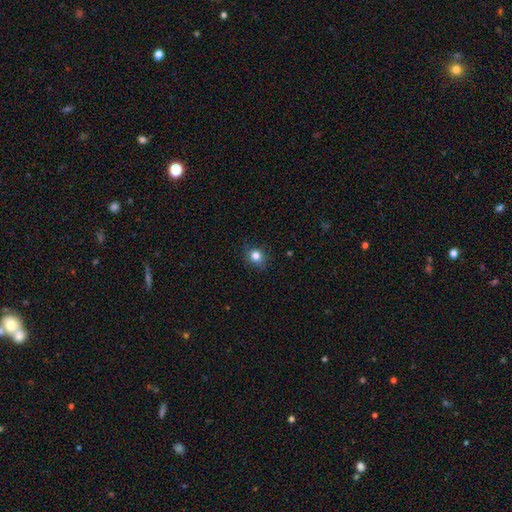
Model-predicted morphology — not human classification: Q: Smooth or featured?
A: smooth (80%); runner-up: star or artifact (13%)
Q: How rounded?
A: round (74%); runner-up: in between (25%)
Q: Merging?
A: none (83%); runner-up: minor disturbance (13%)